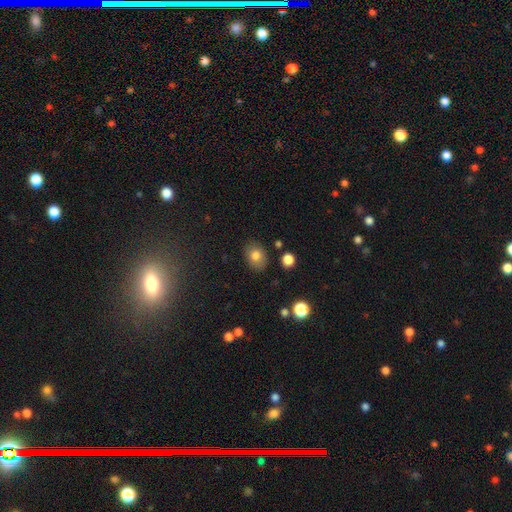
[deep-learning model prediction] This appears to be a smooth galaxy with no disk features (79%) that is in between round and cigar-shaped (66%). Merging: none (82%).